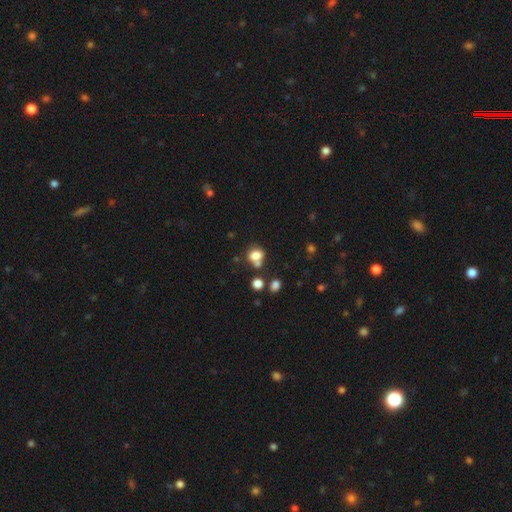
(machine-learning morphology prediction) Q: Smooth or featured?
A: smooth (76%); runner-up: star or artifact (13%)
Q: How rounded?
A: in between (51%); runner-up: round (48%)
Q: Merging?
A: none (49%); runner-up: merger (31%)